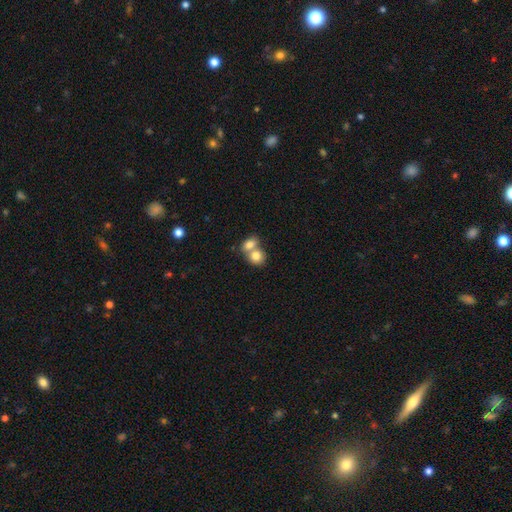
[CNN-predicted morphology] The model was most divided on "how rounded": round: 62%, in between: 37%, cigar-shaped: 1%. More confident: smooth or featured — smooth (79%); merging — merger (65%).